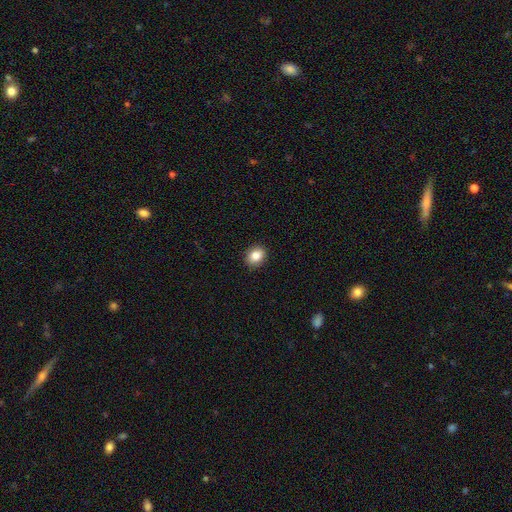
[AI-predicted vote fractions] This is clearly a smooth galaxy (84%). How rounded: possibly round (56%). Merging: clearly none (91%).